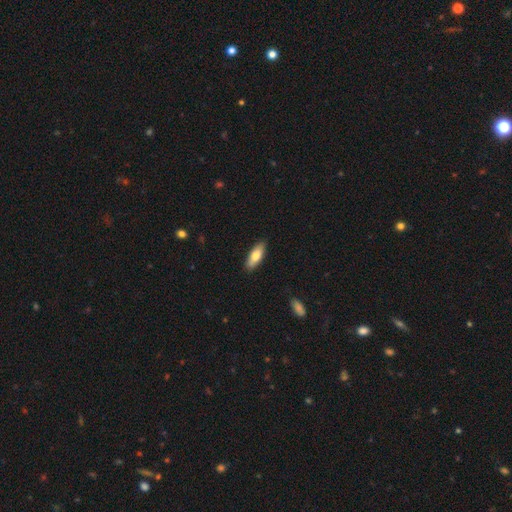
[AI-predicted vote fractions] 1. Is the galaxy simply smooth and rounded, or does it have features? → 74% smooth, 20% featured or disk, 6% star or artifact.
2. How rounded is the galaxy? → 67% in between, 30% cigar-shaped, 2% round.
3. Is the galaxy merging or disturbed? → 87% none, 10% minor disturbance, 2% major disturbance, 1% merger.